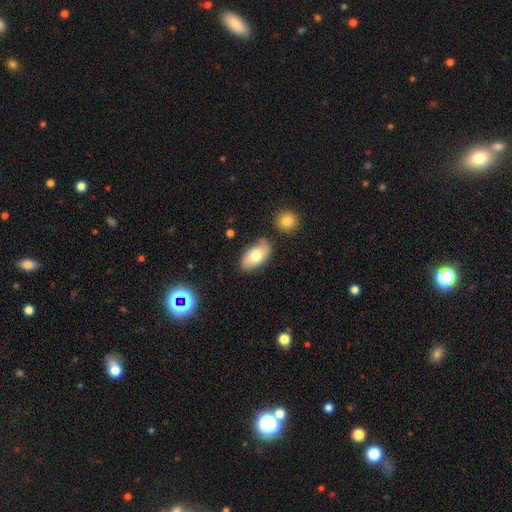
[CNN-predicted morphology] A smooth galaxy with no disk features (74%) that is in between round and cigar-shaped (94%).

Vote fractions:
- Smooth or featured? smooth: 74% / featured or disk: 18% / star or artifact: 7%
- How rounded? in between: 94% / round: 4% / cigar-shaped: 2%
- Merging? none: 77% / minor disturbance: 15% / merger: 5% / major disturbance: 3%